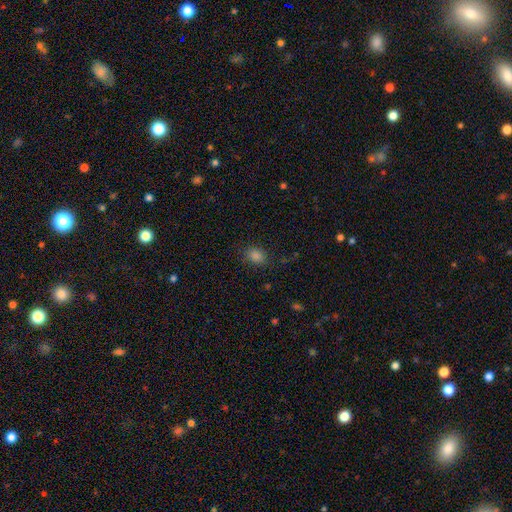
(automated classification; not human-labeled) Morphology: type=smooth (81%); roundness=in between (52%); merging=none (84%).